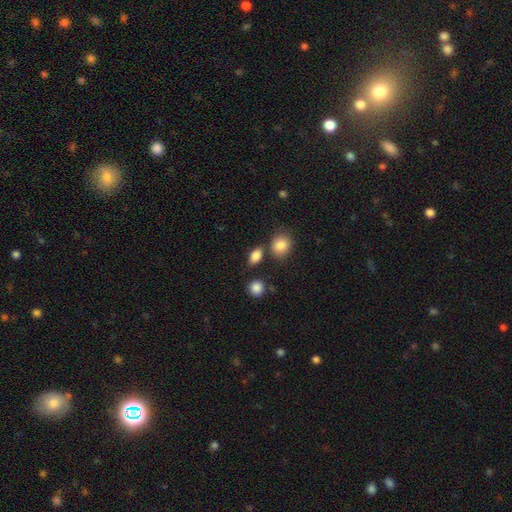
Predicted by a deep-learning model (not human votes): The model was most divided on "how rounded": in between: 76%, round: 21%, cigar-shaped: 3%. More confident: smooth or featured — smooth (85%); merging — none (73%).